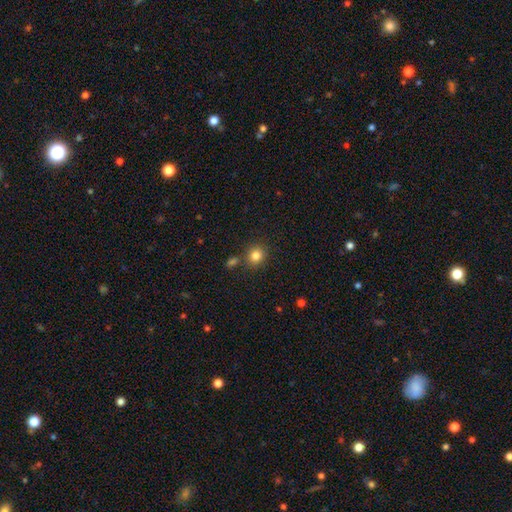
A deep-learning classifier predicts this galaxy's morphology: Smooth or featured: smooth — 83% (star or artifact — 12%)
How rounded: round — 82% (in between — 17%)
Merging: none — 80% (minor disturbance — 9%)